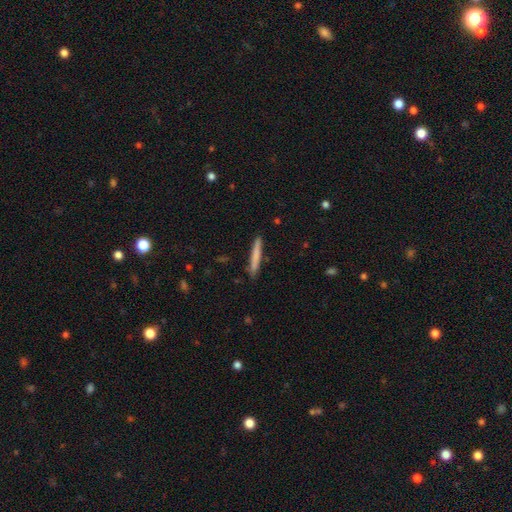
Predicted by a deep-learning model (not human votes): smooth-or-featured: smooth: 75% | featured or disk: 20% | star or artifact: 6%
  how-rounded: cigar-shaped: 96% | in between: 3% | round: 1%
  merging: none: 88% | minor disturbance: 9% | major disturbance: 2% | merger: 1%